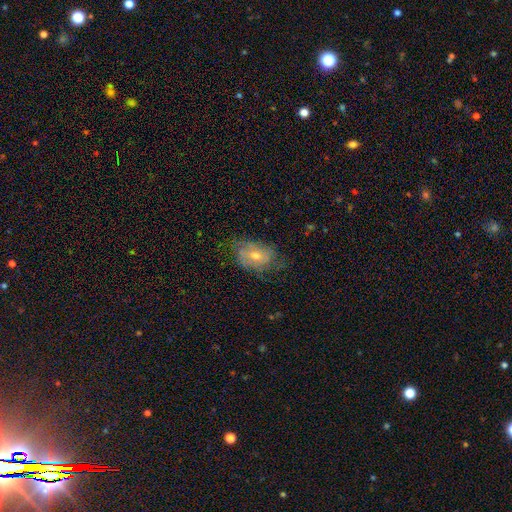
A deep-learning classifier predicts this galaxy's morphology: A featured or disk galaxy (52%).

Vote fractions:
- Smooth or featured? featured or disk: 52% / smooth: 38% / star or artifact: 10%
- Edge-on disk? no: 94% / yes: 6%
- Merging? none: 59% / minor disturbance: 27% / major disturbance: 12% / merger: 1%